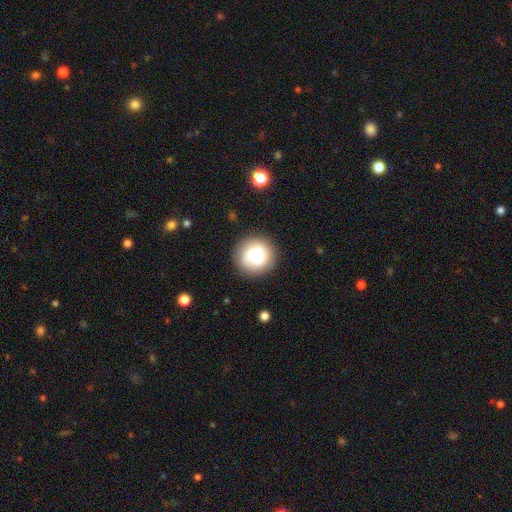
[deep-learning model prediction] smooth-or-featured: smooth: 76% | featured or disk: 15% | star or artifact: 9%
  how-rounded: round: 94% | in between: 5% | cigar-shaped: 1%
  merging: none: 88% | minor disturbance: 8% | major disturbance: 3% | merger: 1%